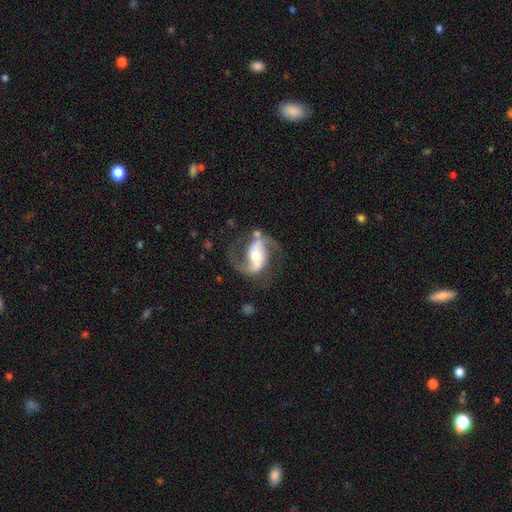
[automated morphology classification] This appears to be a featured or disk galaxy (90%) with a strong bar (43%), 2 (92%) medium (48%) spiral arms (97%) and a moderate central bulge (65%). Merging: none (71%).